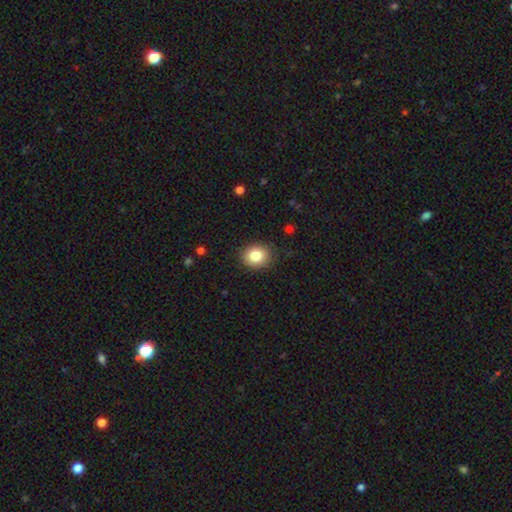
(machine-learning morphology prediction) Smooth or featured? smooth (83%)
How rounded? round (72%)
Merging? none (89%)